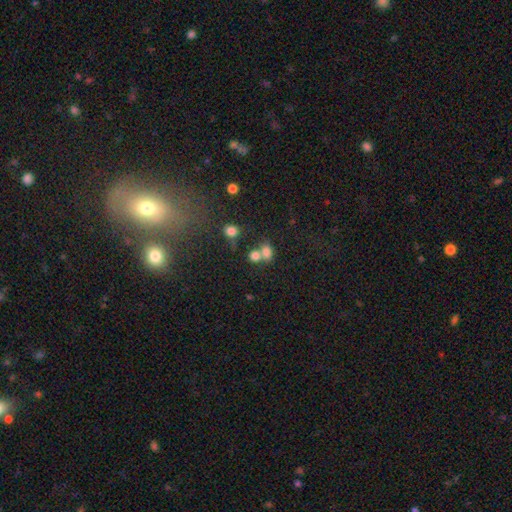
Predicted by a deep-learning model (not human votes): A smooth galaxy with no disk features (75%) that is round (55%).

Vote fractions:
- Smooth or featured? smooth: 75% / star or artifact: 14% / featured or disk: 11%
- How rounded? round: 55% / in between: 44% / cigar-shaped: 2%
- Merging? merger: 54% / none: 33% / minor disturbance: 8% / major disturbance: 5%